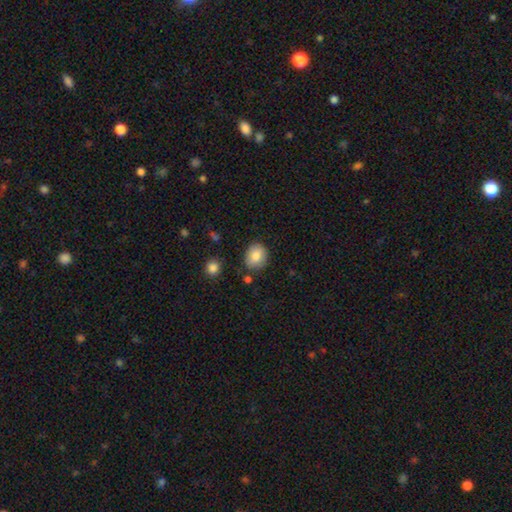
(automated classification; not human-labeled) Smooth or featured? Predicted: smooth (p=0.84). How rounded? Predicted: round (p=0.64). Merging? Predicted: none (p=0.79).